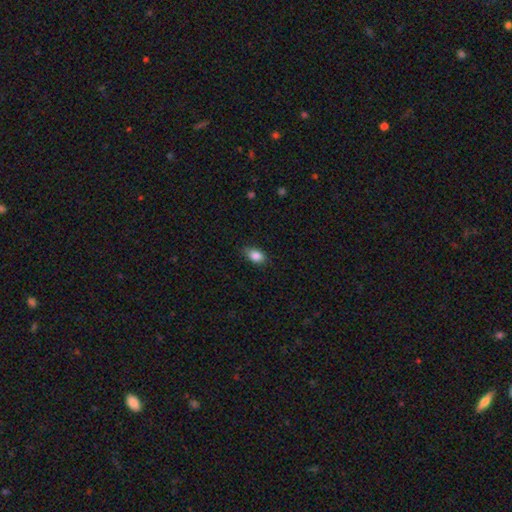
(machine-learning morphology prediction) A smooth galaxy with no disk features (86%) that is in between round and cigar-shaped (85%).

Vote fractions:
- Smooth or featured? smooth: 86% / star or artifact: 8% / featured or disk: 5%
- How rounded? in between: 85% / round: 13% / cigar-shaped: 2%
- Merging? none: 77% / minor disturbance: 19% / major disturbance: 3% / merger: 1%